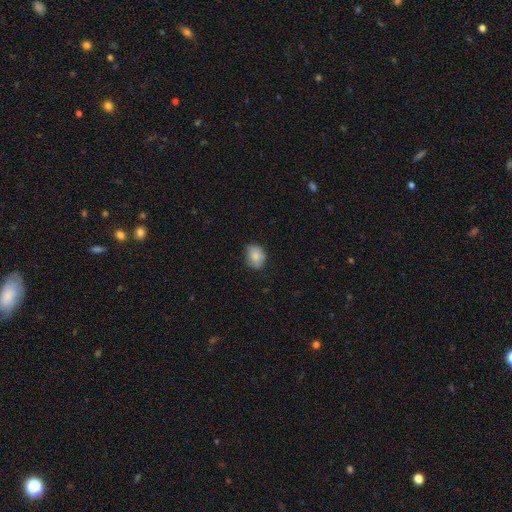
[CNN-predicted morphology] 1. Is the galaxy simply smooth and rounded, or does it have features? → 81% smooth, 11% featured or disk, 8% star or artifact.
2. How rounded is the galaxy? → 64% in between, 35% round, 1% cigar-shaped.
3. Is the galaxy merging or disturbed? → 63% none, 30% minor disturbance, 6% major disturbance, 1% merger.